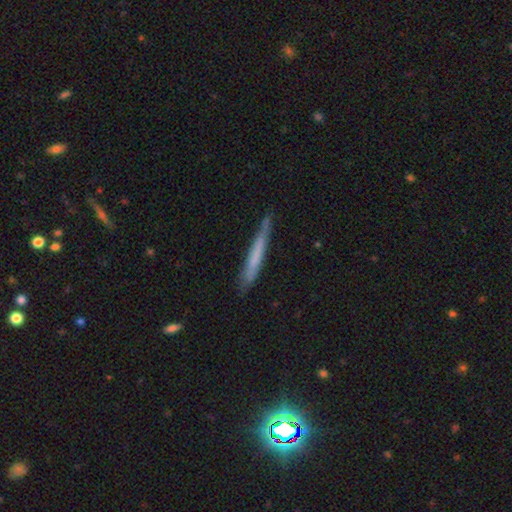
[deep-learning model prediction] smooth-or-featured: smooth: 58% | featured or disk: 36% | star or artifact: 6%
  how-rounded: cigar-shaped: 96% | in between: 2% | round: 1%
  merging: none: 79% | minor disturbance: 16% | major disturbance: 3% | merger: 2%